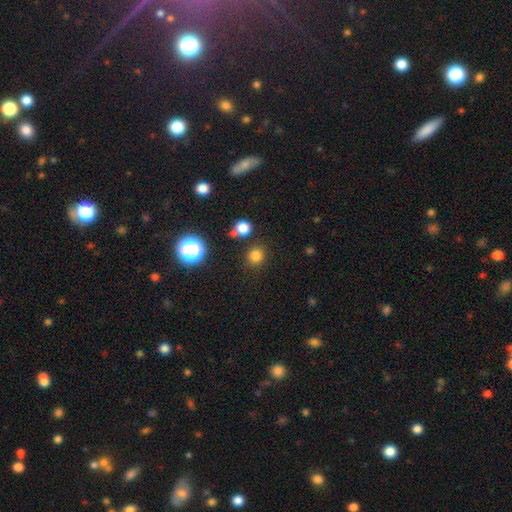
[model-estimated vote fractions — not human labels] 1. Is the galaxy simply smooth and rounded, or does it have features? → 78% smooth, 17% star or artifact, 5% featured or disk.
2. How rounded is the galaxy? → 86% round, 13% in between, 1% cigar-shaped.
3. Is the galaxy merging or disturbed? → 82% none, 9% minor disturbance, 6% merger, 4% major disturbance.